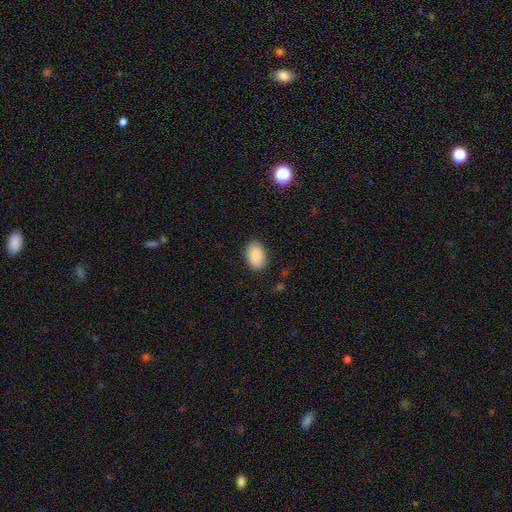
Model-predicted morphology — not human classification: Smooth or featured? smooth (89%)
How rounded? in between (88%)
Merging? none (86%)